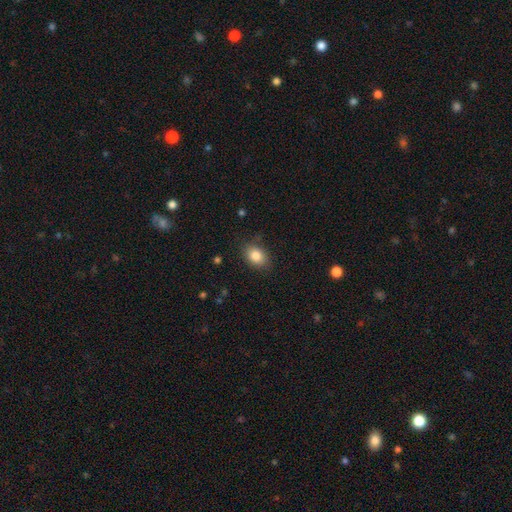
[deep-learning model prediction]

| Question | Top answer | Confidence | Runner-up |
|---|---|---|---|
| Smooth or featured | smooth | 85% | star or artifact (9%) |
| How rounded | in between | 73% | round (26%) |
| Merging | none | 81% | minor disturbance (14%) |